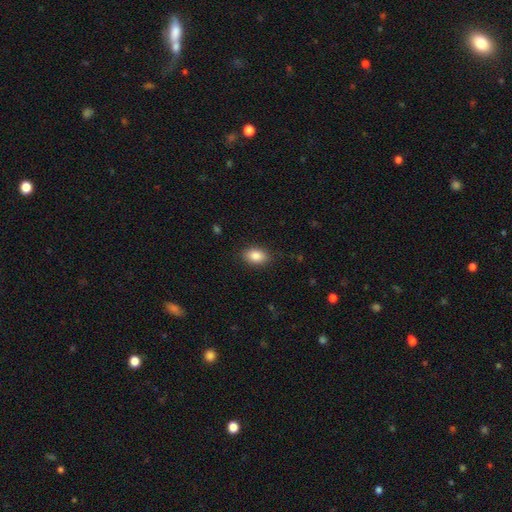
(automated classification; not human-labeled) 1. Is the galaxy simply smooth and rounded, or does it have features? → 86% smooth, 8% star or artifact, 6% featured or disk.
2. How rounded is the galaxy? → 84% in between, 15% round, 1% cigar-shaped.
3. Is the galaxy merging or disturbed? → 86% none, 10% minor disturbance, 3% major disturbance, 1% merger.